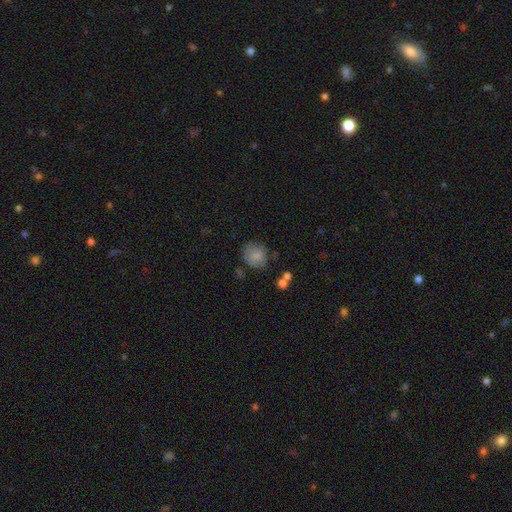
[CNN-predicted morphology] Smooth or featured? smooth (82%)
How rounded? round (74%)
Merging? none (70%)